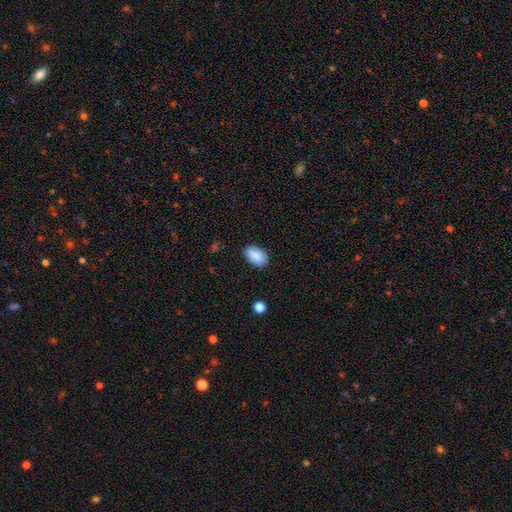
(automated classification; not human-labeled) Smooth or featured? Predicted: smooth (p=0.88). How rounded? Predicted: in between (p=0.93). Merging? Predicted: none (p=0.86).